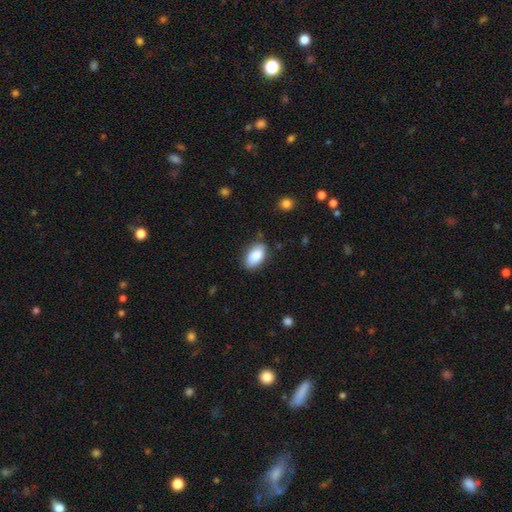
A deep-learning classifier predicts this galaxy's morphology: smooth-or-featured: smooth: 87% | featured or disk: 7% | star or artifact: 7%
  how-rounded: in between: 93% | round: 4% | cigar-shaped: 3%
  merging: none: 81% | minor disturbance: 15% | major disturbance: 3% | merger: 2%